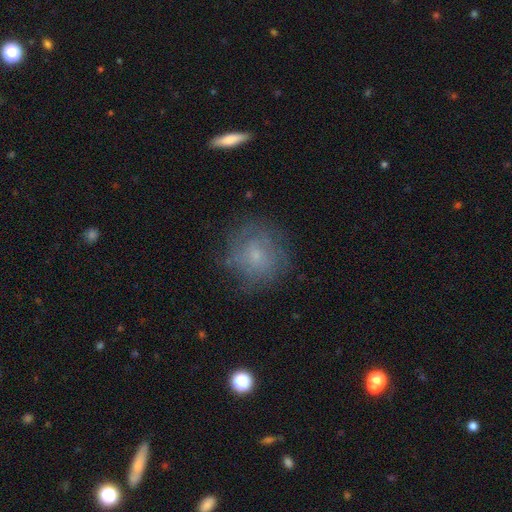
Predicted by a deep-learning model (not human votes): This appears to be a smooth galaxy with no disk features (45%). Merging: none (72%).